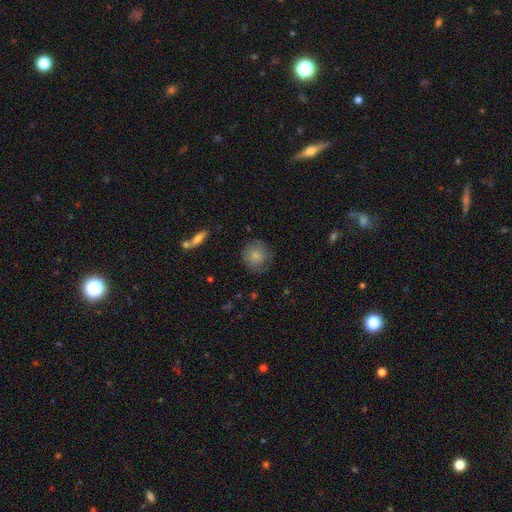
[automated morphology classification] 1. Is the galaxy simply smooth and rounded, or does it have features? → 79% smooth, 14% featured or disk, 7% star or artifact.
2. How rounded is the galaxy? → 90% round, 9% in between, 1% cigar-shaped.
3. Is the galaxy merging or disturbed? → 75% none, 18% minor disturbance, 5% major disturbance, 2% merger.